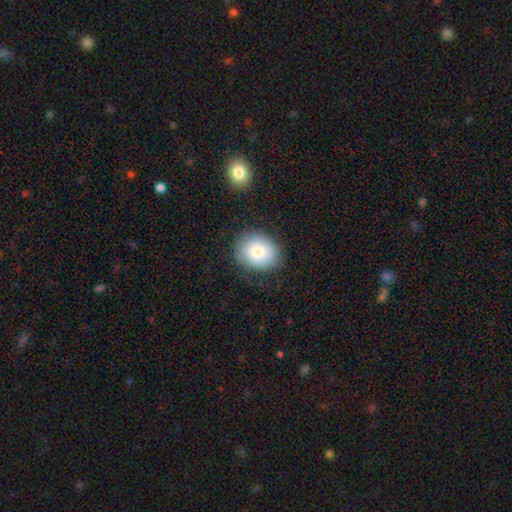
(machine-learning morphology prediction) smooth_or_featured: smooth (p=0.78) [alt: featured or disk p=0.14]
how_rounded: round (p=0.69) [alt: in between p=0.30]
merging: none (p=0.77) [alt: minor disturbance p=0.16]